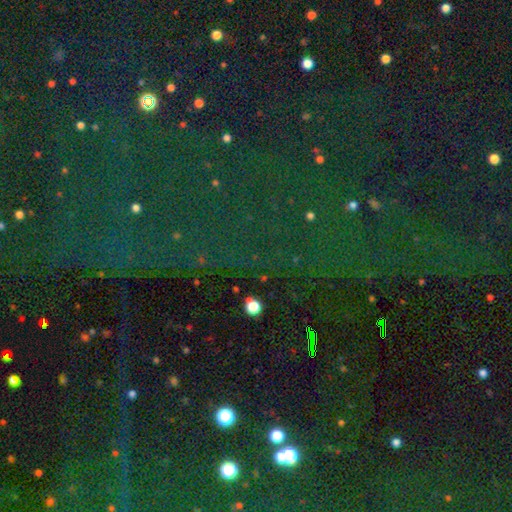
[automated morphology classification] Smooth or featured?
  - star or artifact: 83% *
  - smooth: 9%
  - featured or disk: 8%